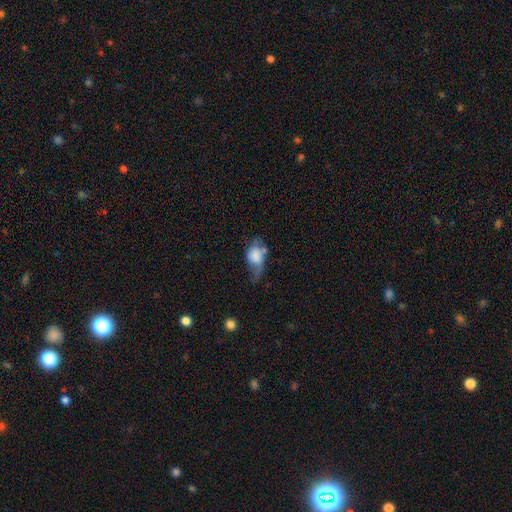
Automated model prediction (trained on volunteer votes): The model was most divided on "merging": major disturbance: 42%, minor disturbance: 27%, none: 20%, merger: 11%. More confident: how rounded — in between (72%); smooth or featured — smooth (63%).